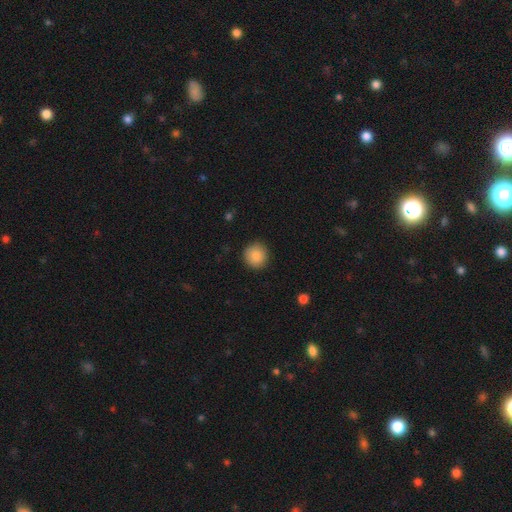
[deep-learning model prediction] smooth-or-featured: smooth: 87% | star or artifact: 8% | featured or disk: 5%
  how-rounded: round: 92% | in between: 7% | cigar-shaped: 1%
  merging: none: 90% | minor disturbance: 7% | major disturbance: 2% | merger: 1%